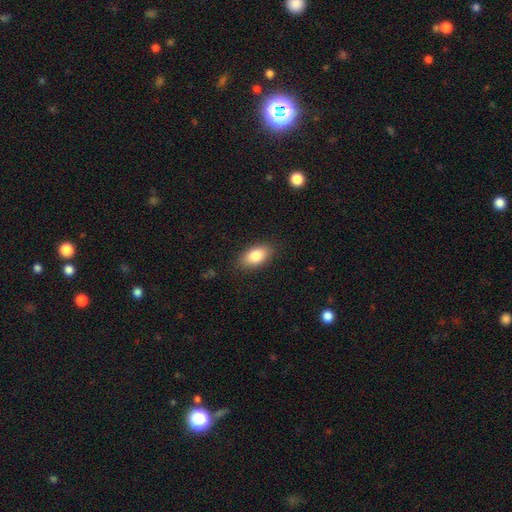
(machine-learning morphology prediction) Smooth or featured? Predicted: smooth (p=0.84). How rounded? Predicted: in between (p=0.91). Merging? Predicted: none (p=0.86).